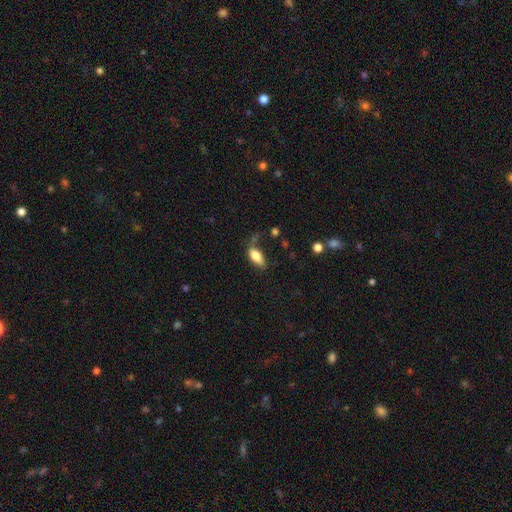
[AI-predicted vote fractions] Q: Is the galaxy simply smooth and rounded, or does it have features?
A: smooth — 79%.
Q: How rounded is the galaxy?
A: in between — 84%.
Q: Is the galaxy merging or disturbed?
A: none — 52%.